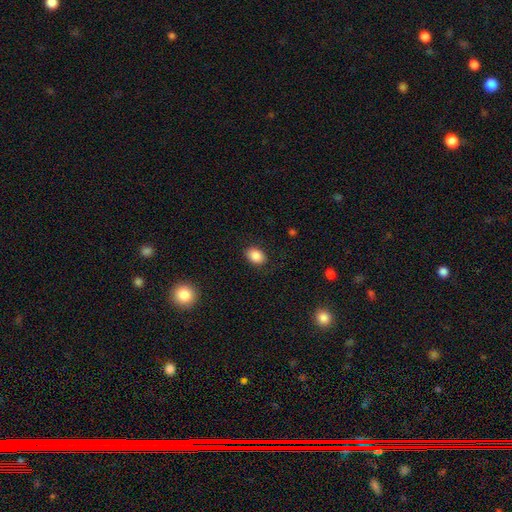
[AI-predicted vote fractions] Morphology: type=smooth (87%); roundness=in between (75%); merging=none (86%).